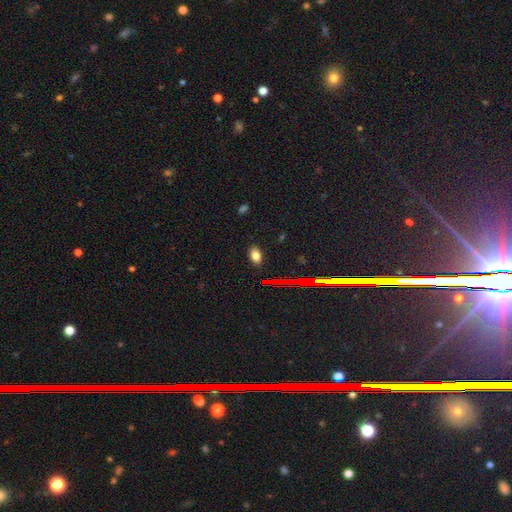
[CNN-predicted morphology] This appears to be a smooth galaxy with no disk features (77%) that is in between round and cigar-shaped (87%). Merging: none (87%).